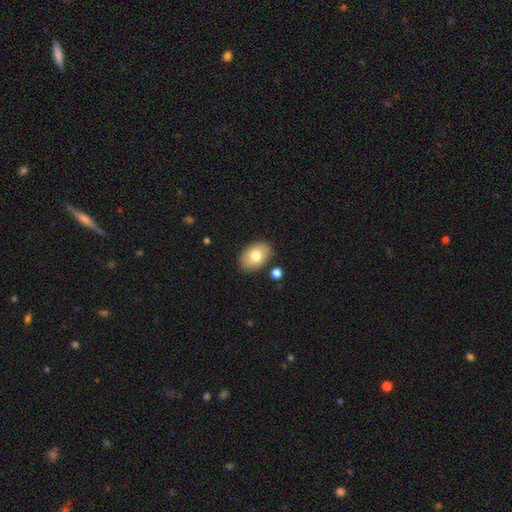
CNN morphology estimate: type=smooth (76%); roundness=in between (87%); merging=none (86%).